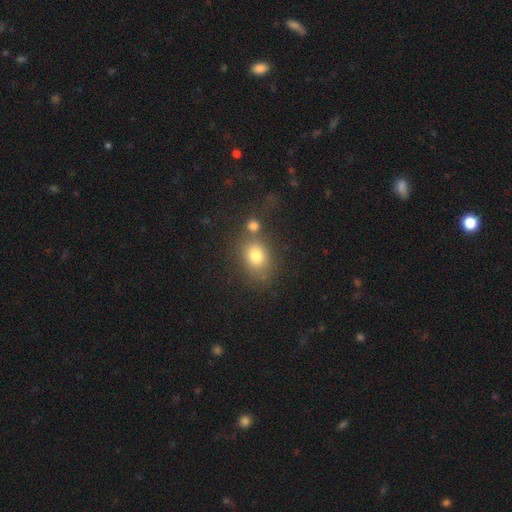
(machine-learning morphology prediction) type=smooth (78%); roundness=round (53%); merging=none (59%).